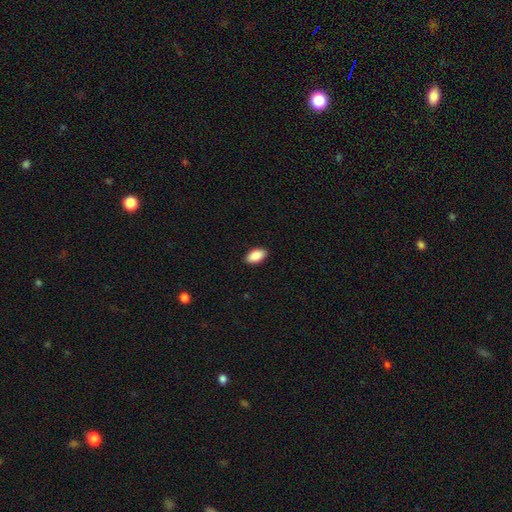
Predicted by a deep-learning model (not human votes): Overall: smooth (90%). How rounded: in between (94%). Merging: none (90%).